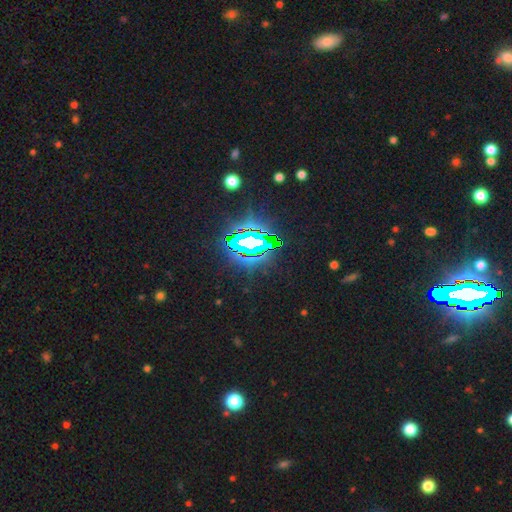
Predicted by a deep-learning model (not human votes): Overall: star or artifact (83%).